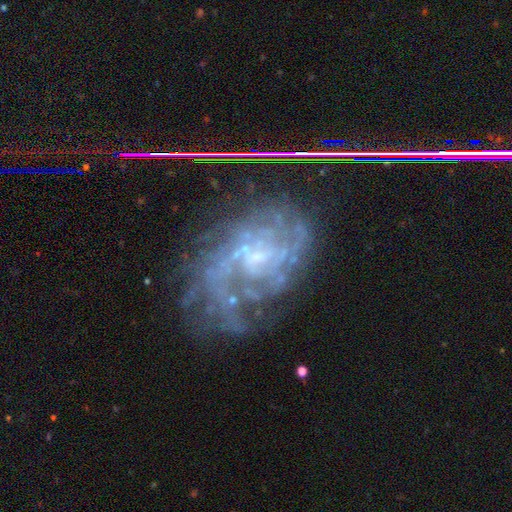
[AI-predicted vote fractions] Morphology: type=featured or disk (81%); edge-on=no (97%); bar=no (56%); spiral arms=yes (87%); winding=tight (42%); arm count=can't tell (39%); bulge=small (59%); merging=none (56%).